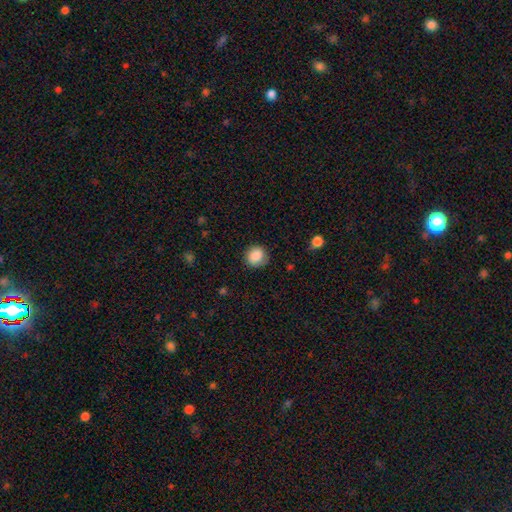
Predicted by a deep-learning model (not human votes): smooth 87%, star or artifact 9%, featured or disk 5%. Down the decision tree: how rounded — round (85%); merging — none (82%).